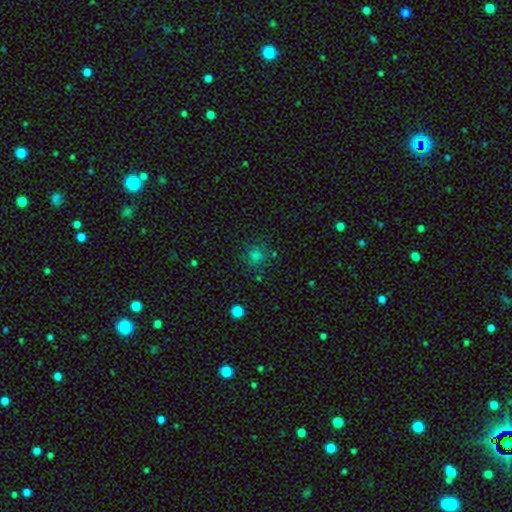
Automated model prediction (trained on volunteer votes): This appears to be a smooth galaxy with no disk features (71%) that is round (91%). Merging: none (84%).